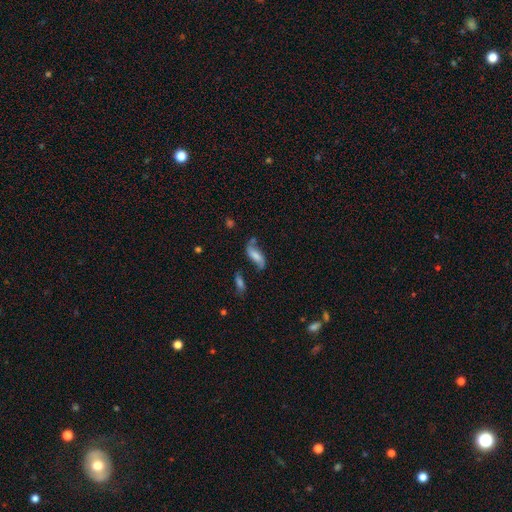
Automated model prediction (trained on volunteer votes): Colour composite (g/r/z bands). It shows a featured or disk galaxy (50%). Merging: none (55%).